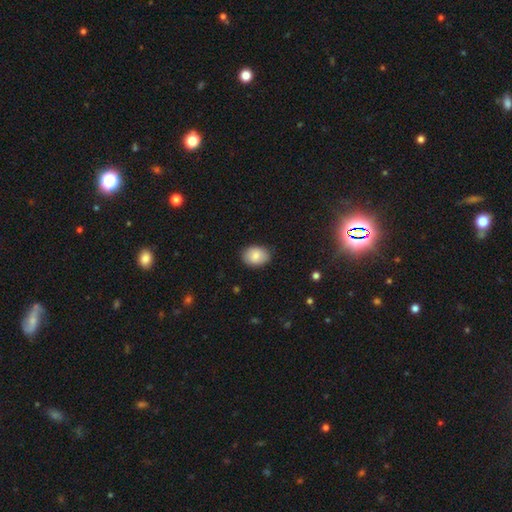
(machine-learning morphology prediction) smooth_or_featured: smooth (p=0.84) [alt: featured or disk p=0.09]
how_rounded: in between (p=0.66) [alt: round p=0.33]
merging: none (p=0.83) [alt: minor disturbance p=0.14]